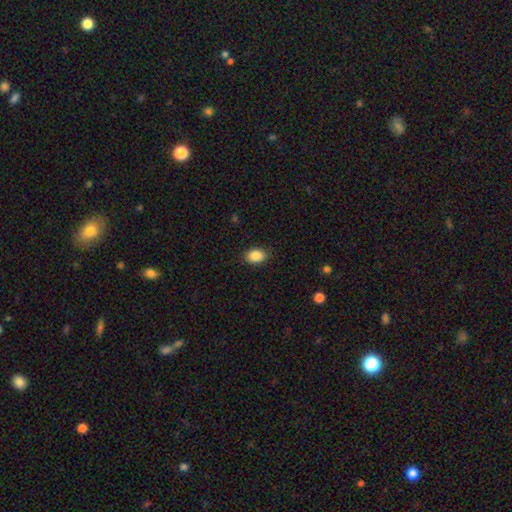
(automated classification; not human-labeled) Morphology: type=smooth (87%); roundness=in between (78%); merging=none (88%).